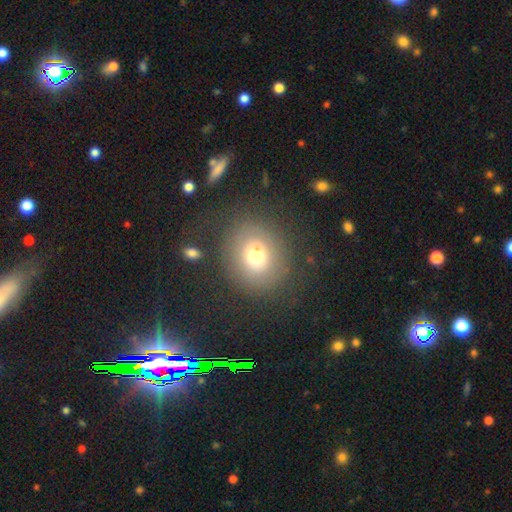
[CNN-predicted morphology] A smooth galaxy with no disk features (66%) that is round (80%).

Vote fractions:
- Smooth or featured? smooth: 66% / featured or disk: 19% / star or artifact: 15%
- How rounded? round: 80% / in between: 19% / cigar-shaped: 1%
- Merging? none: 56% / merger: 24% / minor disturbance: 12% / major disturbance: 8%